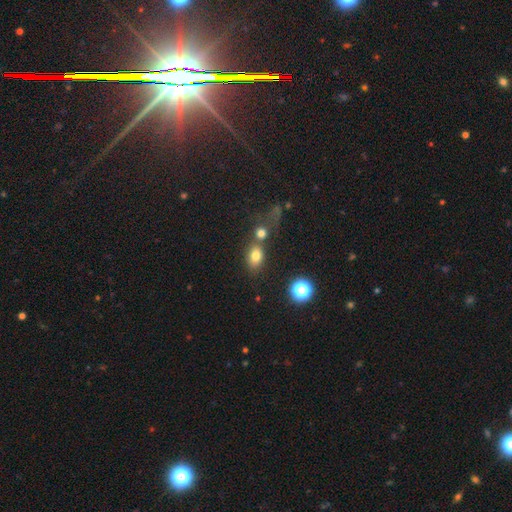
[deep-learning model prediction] Q: Smooth or featured?
A: smooth (77%); runner-up: star or artifact (13%)
Q: How rounded?
A: in between (68%); runner-up: round (30%)
Q: Merging?
A: none (56%); runner-up: merger (27%)